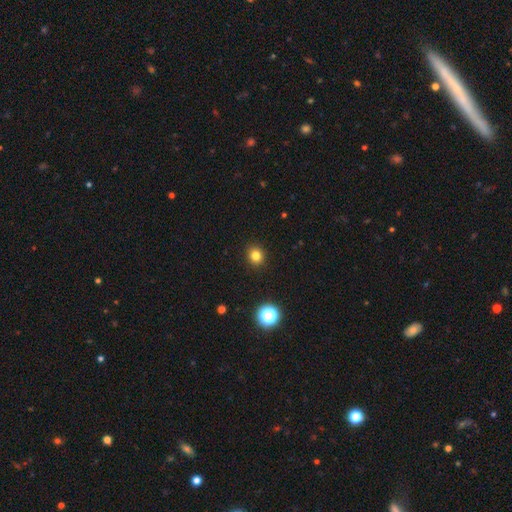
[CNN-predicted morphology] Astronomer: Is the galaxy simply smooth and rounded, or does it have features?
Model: smooth — 81%.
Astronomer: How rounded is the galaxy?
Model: round — 82%.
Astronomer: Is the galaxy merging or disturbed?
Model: none — 92%.